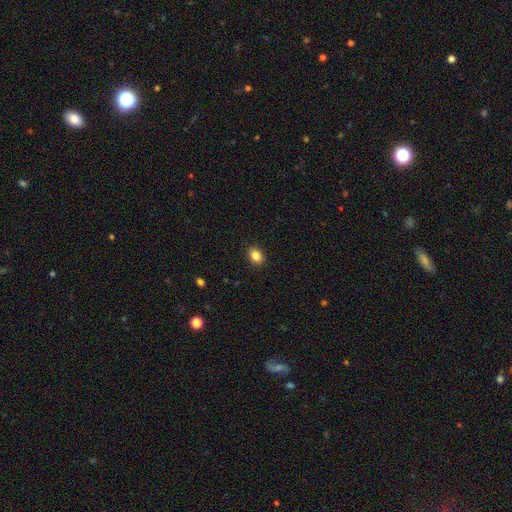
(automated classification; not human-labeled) Smooth or featured?
  - smooth: 85% *
  - star or artifact: 10%
  - featured or disk: 5%
How rounded?
  - in between: 55% *
  - round: 44%
  - cigar-shaped: 1%
Merging?
  - none: 90% *
  - minor disturbance: 7%
  - major disturbance: 2%
  - merger: 1%